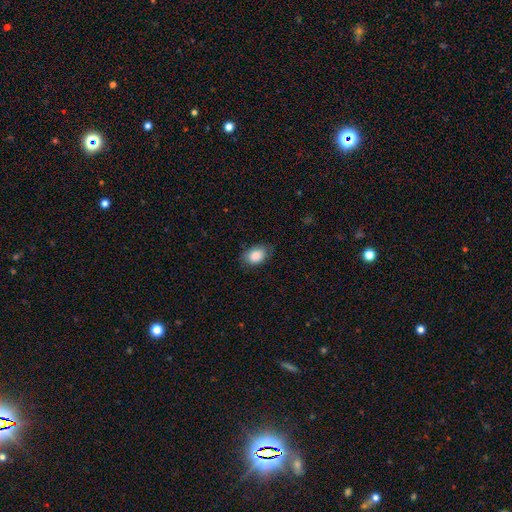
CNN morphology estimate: A smooth galaxy with no disk features (87%) that is in between round and cigar-shaped (83%).

Vote fractions:
- Smooth or featured? smooth: 87% / star or artifact: 7% / featured or disk: 6%
- How rounded? in between: 83% / round: 16% / cigar-shaped: 1%
- Merging? none: 78% / minor disturbance: 18% / major disturbance: 4% / merger: 1%